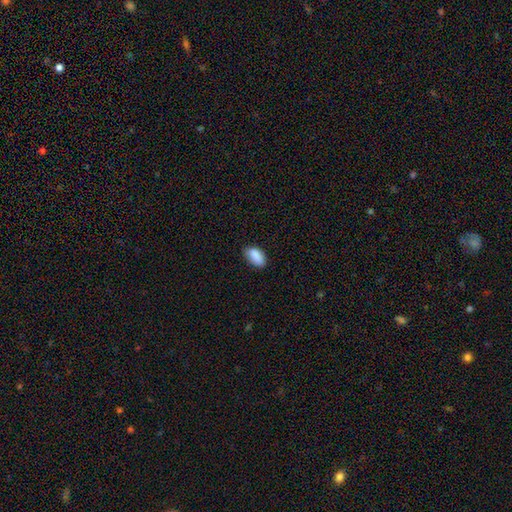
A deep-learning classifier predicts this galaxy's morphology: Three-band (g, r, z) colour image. It shows a smooth galaxy with no disk features (88%) that is in between round and cigar-shaped (93%). Merging: none (75%).